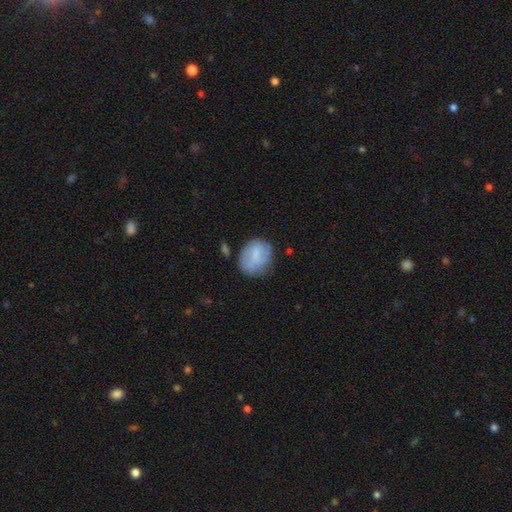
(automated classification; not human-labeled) smooth 62%, featured or disk 31%, star or artifact 7%. Down the decision tree: how rounded — round (57%); merging — none (60%).